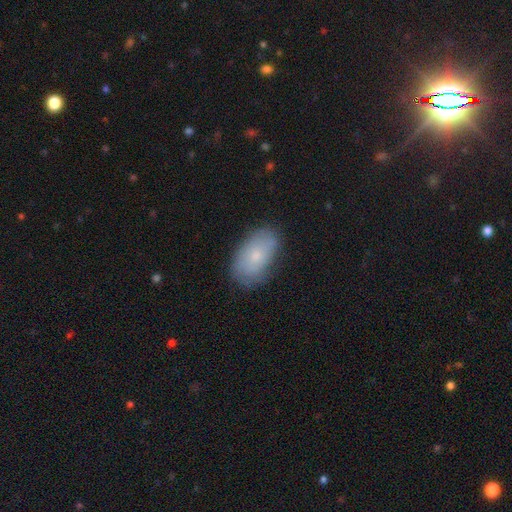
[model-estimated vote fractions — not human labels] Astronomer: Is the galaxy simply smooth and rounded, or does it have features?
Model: smooth — 70%.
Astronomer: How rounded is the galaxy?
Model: in between — 93%.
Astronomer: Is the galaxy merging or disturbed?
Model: none — 78%.